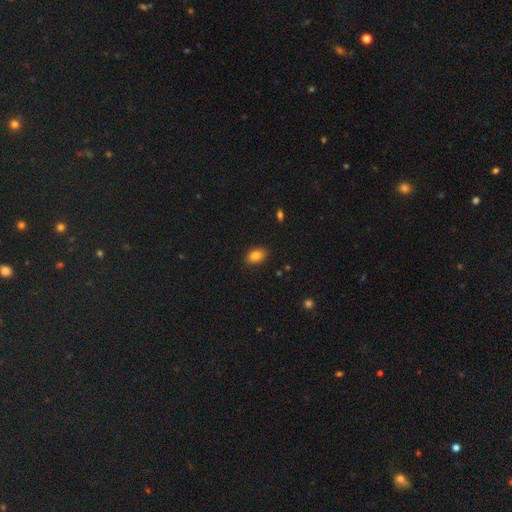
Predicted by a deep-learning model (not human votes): Smooth or featured?
  - smooth: 84% *
  - star or artifact: 9%
  - featured or disk: 7%
How rounded?
  - in between: 84% *
  - round: 15%
  - cigar-shaped: 2%
Merging?
  - none: 88% *
  - minor disturbance: 9%
  - major disturbance: 2%
  - merger: 1%